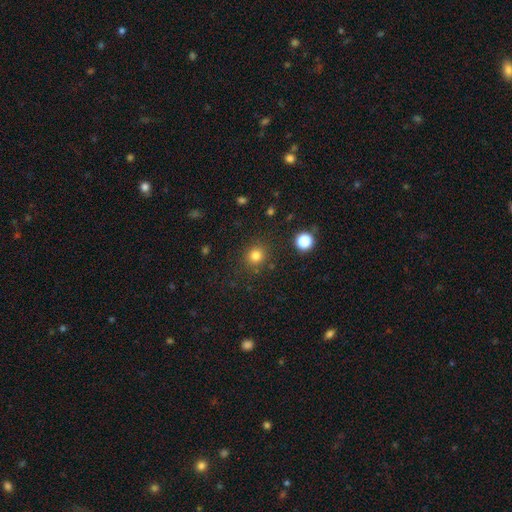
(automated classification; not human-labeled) smooth_or_featured: smooth (p=0.80) [alt: star or artifact p=0.14]
how_rounded: round (p=0.89) [alt: in between p=0.11]
merging: none (p=0.86) [alt: minor disturbance p=0.08]